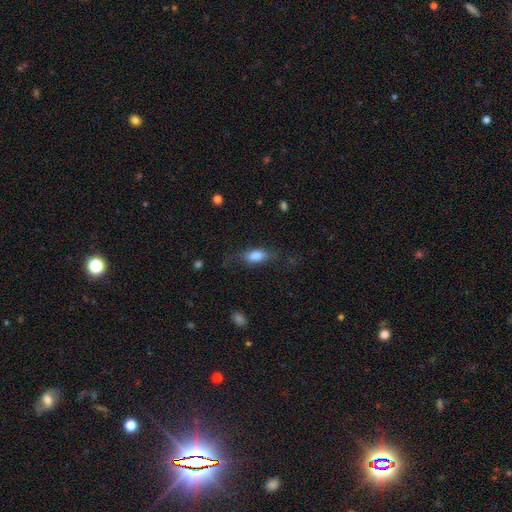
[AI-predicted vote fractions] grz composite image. It shows a smooth galaxy with no disk features (75%) that is in between round and cigar-shaped (81%). Merging: none (60%).